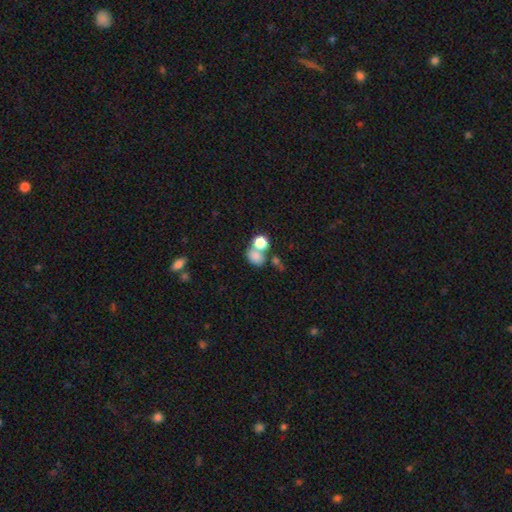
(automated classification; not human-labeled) A smooth galaxy with no disk features (76%) that is round (51%).

Vote fractions:
- Smooth or featured? smooth: 76% / star or artifact: 14% / featured or disk: 10%
- How rounded? round: 51% / in between: 48% / cigar-shaped: 1%
- Merging? merger: 46% / none: 36% / minor disturbance: 11% / major disturbance: 7%